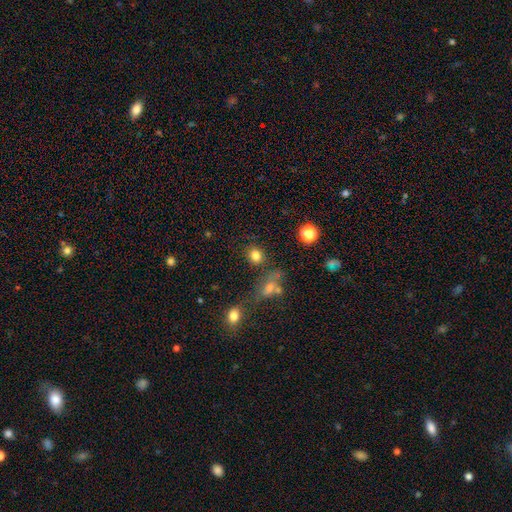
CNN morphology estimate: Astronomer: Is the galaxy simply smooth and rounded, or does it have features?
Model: smooth — 81%.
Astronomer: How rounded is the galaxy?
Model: round — 75%.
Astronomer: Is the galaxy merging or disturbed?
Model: none — 78%.